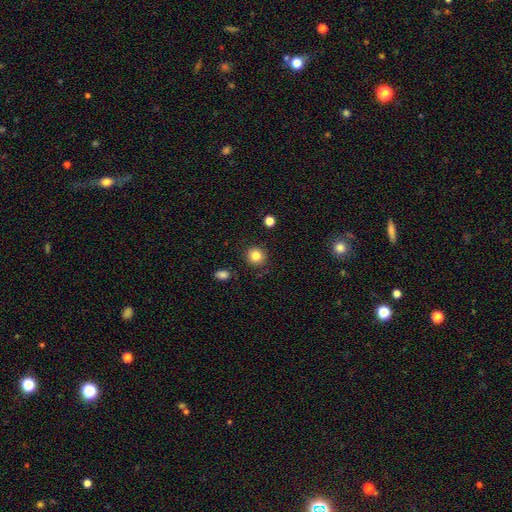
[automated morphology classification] Smooth or featured? Predicted: smooth (p=0.84). How rounded? Predicted: round (p=0.90). Merging? Predicted: none (p=0.88).